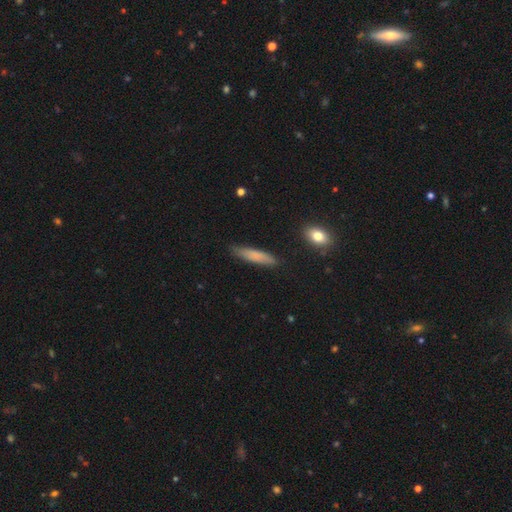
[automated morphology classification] Smooth or featured? smooth (78%)
How rounded? cigar-shaped (84%)
Merging? none (85%)